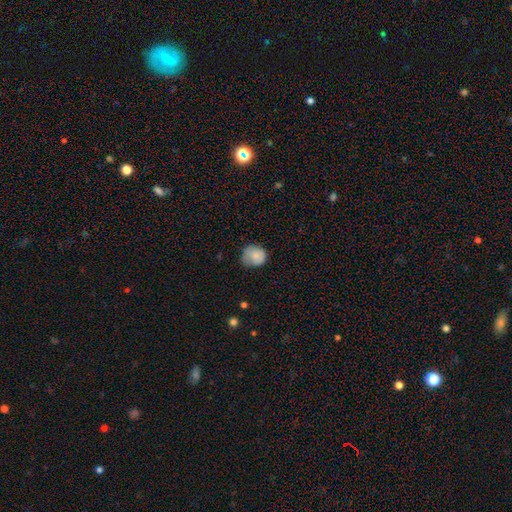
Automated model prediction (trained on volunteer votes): A smooth galaxy with no disk features (83%) that is round (75%).

Vote fractions:
- Smooth or featured? smooth: 83% / featured or disk: 9% / star or artifact: 8%
- How rounded? round: 75% / in between: 24% / cigar-shaped: 1%
- Merging? none: 53% / minor disturbance: 36% / major disturbance: 9% / merger: 1%